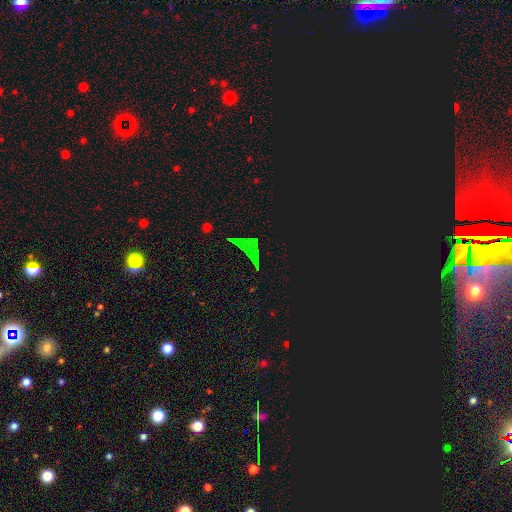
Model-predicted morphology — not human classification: Overall: star or artifact (80%).